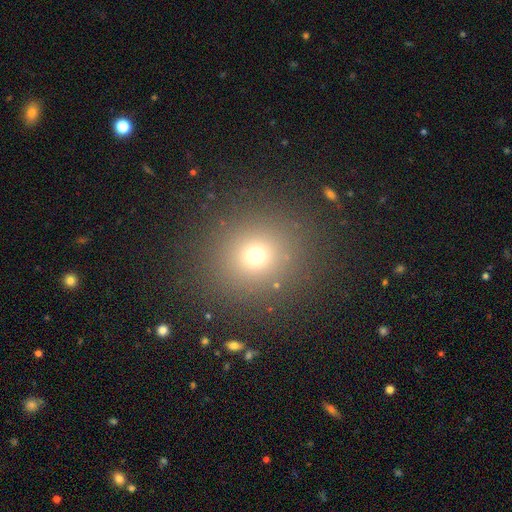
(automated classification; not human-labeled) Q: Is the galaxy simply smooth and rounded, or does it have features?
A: smooth — 69%.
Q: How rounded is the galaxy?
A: round — 89%.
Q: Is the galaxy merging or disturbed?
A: none — 87%.